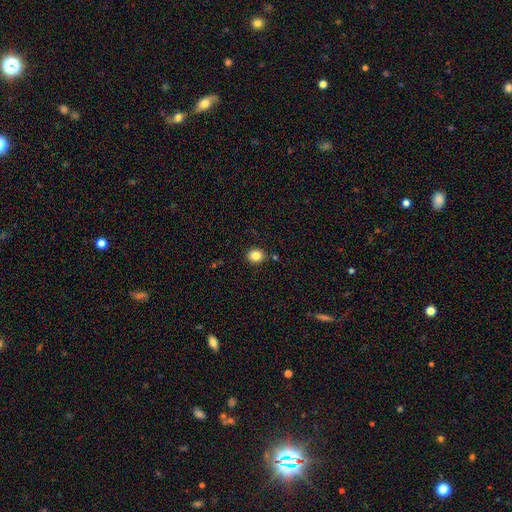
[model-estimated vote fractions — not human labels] smooth 84%, star or artifact 10%, featured or disk 5%. Down the decision tree: how rounded — round (71%); merging — none (86%).